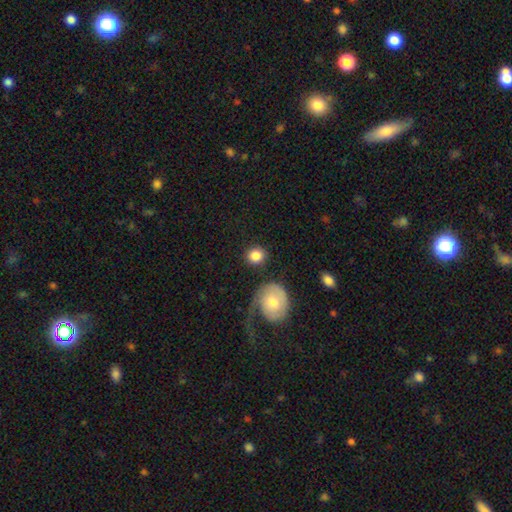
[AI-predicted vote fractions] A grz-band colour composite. It shows a smooth galaxy with no disk features (85%) that is round (86%). Merging: none (81%).